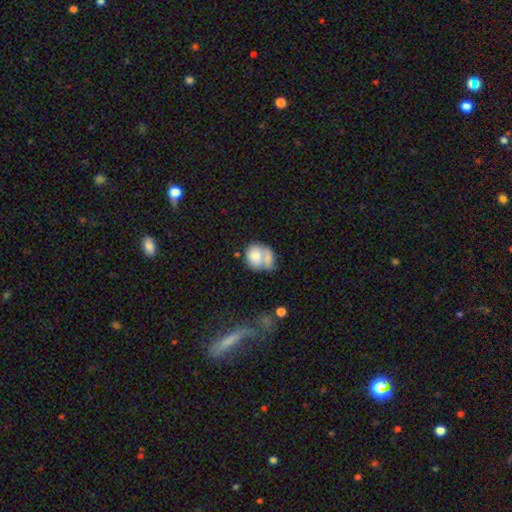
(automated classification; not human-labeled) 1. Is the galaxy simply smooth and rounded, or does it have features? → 71% smooth, 22% featured or disk, 7% star or artifact.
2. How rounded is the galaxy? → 58% round, 40% in between, 1% cigar-shaped.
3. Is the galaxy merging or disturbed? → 53% merger, 25% none, 13% minor disturbance, 9% major disturbance.